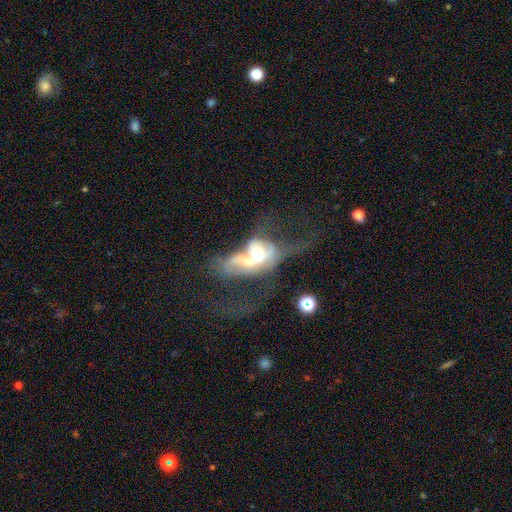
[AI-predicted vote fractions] The model was most divided on "spiral arms" (2-way tie): no: 50%, yes: 50%. Remaining: edge-on disk — no (89%); smooth or featured — featured or disk (67%); bar — no (63%); merging — merger (56%); bulge size — moderate (47%).